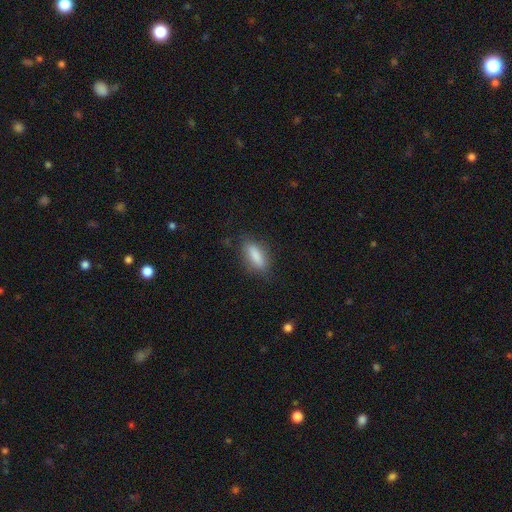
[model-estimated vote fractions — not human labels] Smooth or featured? Predicted: smooth (p=0.82). How rounded? Predicted: in between (p=0.61). Merging? Predicted: none (p=0.79).